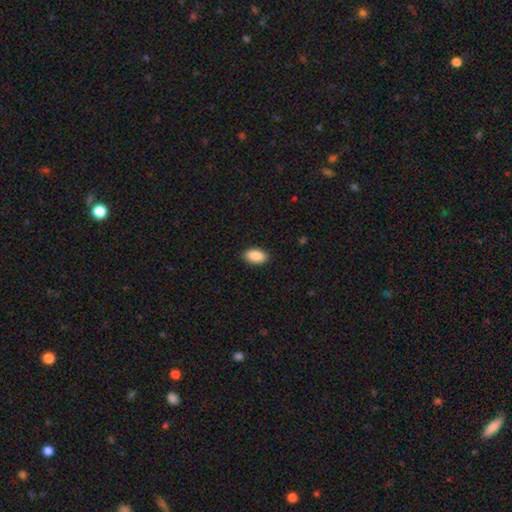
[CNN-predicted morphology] smooth-or-featured: smooth: 90% | star or artifact: 7% | featured or disk: 4%
  how-rounded: in between: 94% | round: 4% | cigar-shaped: 2%
  merging: none: 90% | minor disturbance: 7% | major disturbance: 2% | merger: 1%